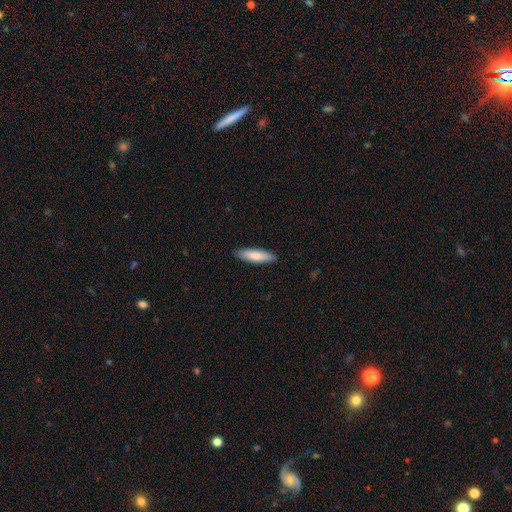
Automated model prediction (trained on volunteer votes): A smooth galaxy with no disk features (81%) that is cigar-shaped (69%).

Vote fractions:
- Smooth or featured? smooth: 81% / featured or disk: 14% / star or artifact: 5%
- How rounded? cigar-shaped: 69% / in between: 29% / round: 1%
- Merging? none: 89% / minor disturbance: 9% / major disturbance: 2% / merger: 1%